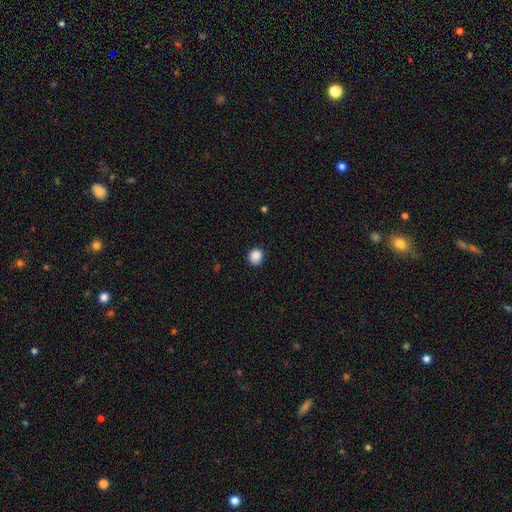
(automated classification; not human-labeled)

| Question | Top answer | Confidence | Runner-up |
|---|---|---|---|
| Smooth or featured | smooth | 87% | star or artifact (10%) |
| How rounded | round | 86% | in between (13%) |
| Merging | none | 87% | minor disturbance (10%) |